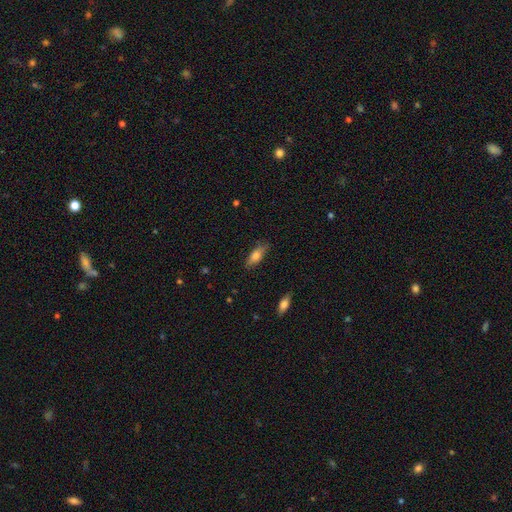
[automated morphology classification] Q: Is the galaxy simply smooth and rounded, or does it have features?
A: smooth — 73%.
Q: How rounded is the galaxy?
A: in between — 64%.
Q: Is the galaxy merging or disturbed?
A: none — 82%.